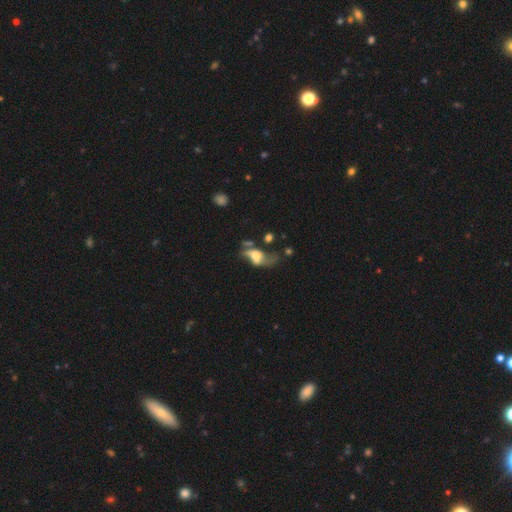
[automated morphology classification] Smooth or featured?
  - featured or disk: 59% *
  - smooth: 30%
  - star or artifact: 11%
Edge-on disk?
  - no: 88% *
  - yes: 12%
Bar?
  - no: 61% *
  - weak: 28%
  - strong: 11%
Spiral arms?
  - yes: 67% *
  - no: 33%
Bulge size?
  - large: 39% *
  - moderate: 35%
  - small: 11%
  - none: 8%
  - dominant: 7%
Merging?
  - major disturbance: 36% *
  - none: 31%
  - minor disturbance: 17%
  - merger: 16%